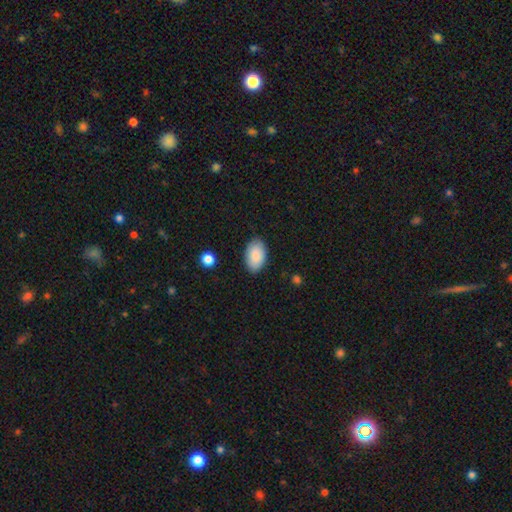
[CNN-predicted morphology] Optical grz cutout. It shows a smooth galaxy with no disk features (88%) that is in between round and cigar-shaped (94%). Merging: none (85%).